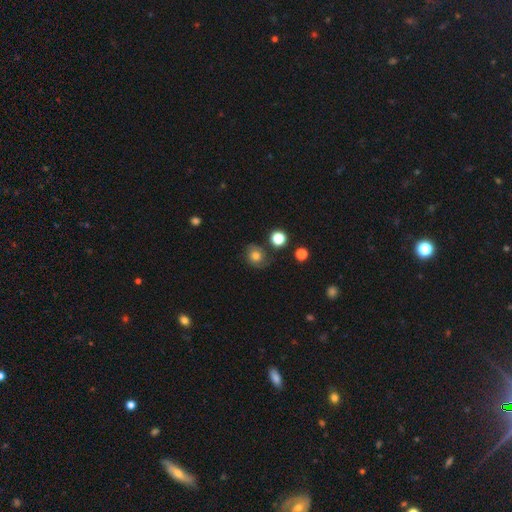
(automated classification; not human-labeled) This appears to be a smooth galaxy with no disk features (60%) that is round (74%). Merging: none (69%).